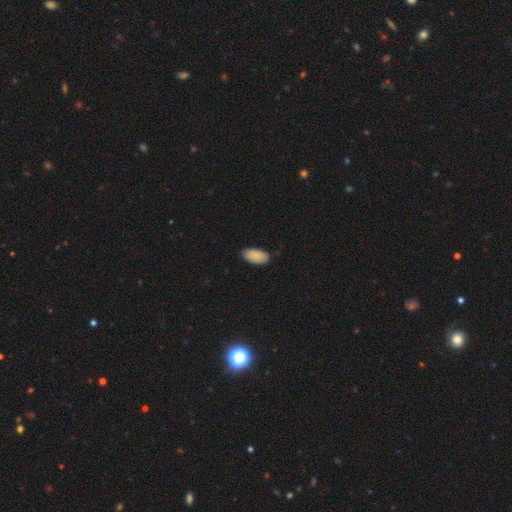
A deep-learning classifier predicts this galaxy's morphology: Q: Smooth or featured?
A: smooth (87%); runner-up: featured or disk (6%)
Q: How rounded?
A: in between (95%); runner-up: round (3%)
Q: Merging?
A: none (83%); runner-up: minor disturbance (14%)